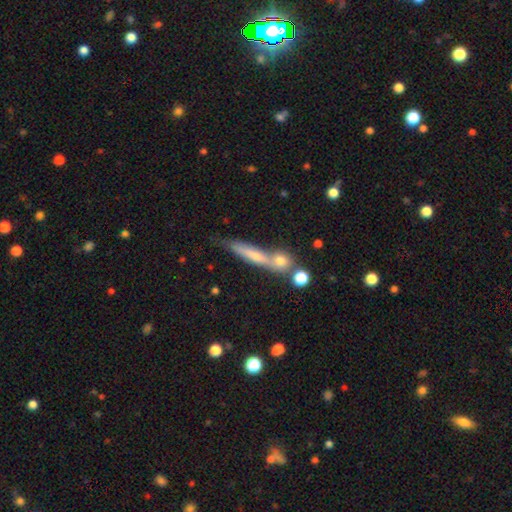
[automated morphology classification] type=smooth (47%); merging=none (52%).